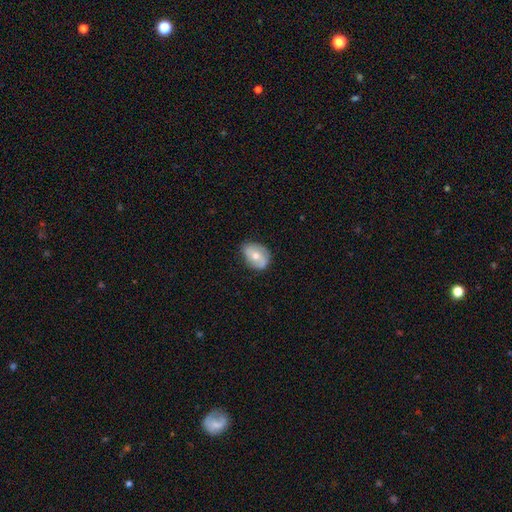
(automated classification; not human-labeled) Overall: featured or disk (48%; smooth 45%). Merging: none (72%).